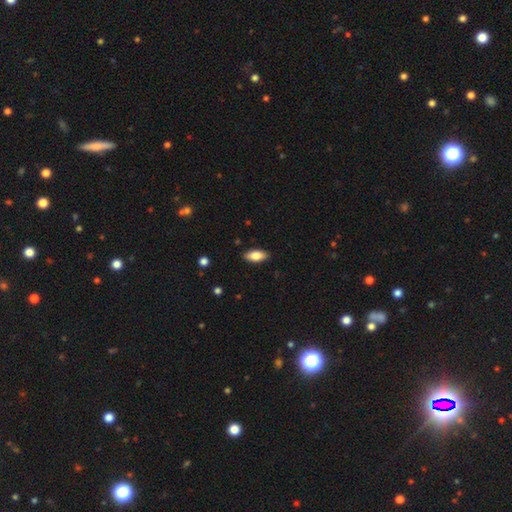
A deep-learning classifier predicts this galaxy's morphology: Smooth or featured? Predicted: smooth (p=0.79). How rounded? Predicted: in between (p=0.88). Merging? Predicted: none (p=0.88).